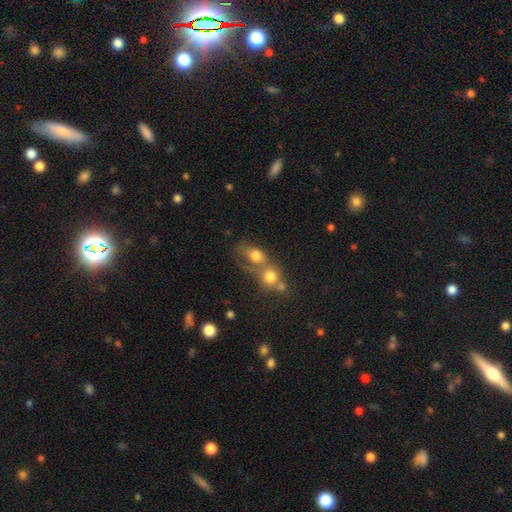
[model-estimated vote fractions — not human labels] Smooth or featured?
  - smooth: 66% *
  - featured or disk: 22%
  - star or artifact: 12%
How rounded?
  - in between: 62% *
  - round: 36%
  - cigar-shaped: 2%
Merging?
  - merger: 60% *
  - none: 20%
  - major disturbance: 10%
  - minor disturbance: 10%